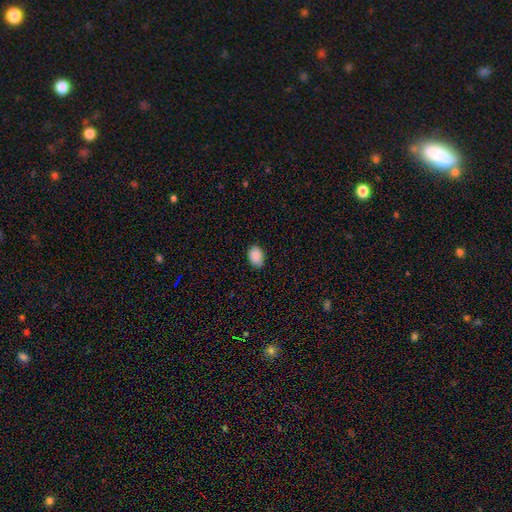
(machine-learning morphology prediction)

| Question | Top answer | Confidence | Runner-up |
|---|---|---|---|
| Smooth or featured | smooth | 89% | star or artifact (8%) |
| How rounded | in between | 81% | round (18%) |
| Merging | none | 83% | minor disturbance (13%) |